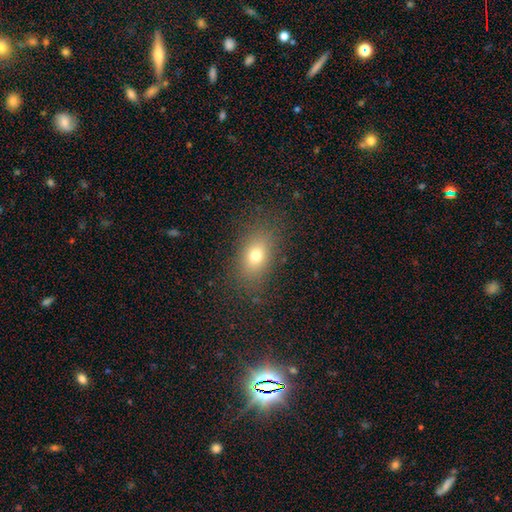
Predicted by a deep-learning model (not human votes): This is likely a smooth galaxy (72%). How rounded: likely in between (77%). Merging: clearly none (83%).